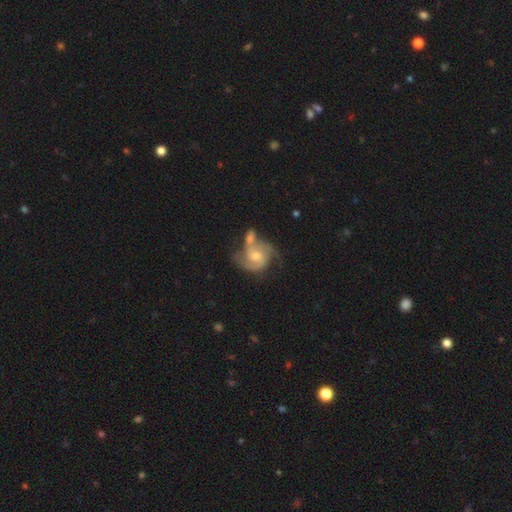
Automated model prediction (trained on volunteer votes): The model was most divided on "merging": merger: 38%, none: 35%, minor disturbance: 17%, major disturbance: 10%. More confident: edge-on disk — no (98%); spiral arms — yes (96%); smooth or featured — featured or disk (84%); spiral arm count — 2 (70%); bulge size — moderate (58%); bar — no (55%); spiral winding — medium (54%).